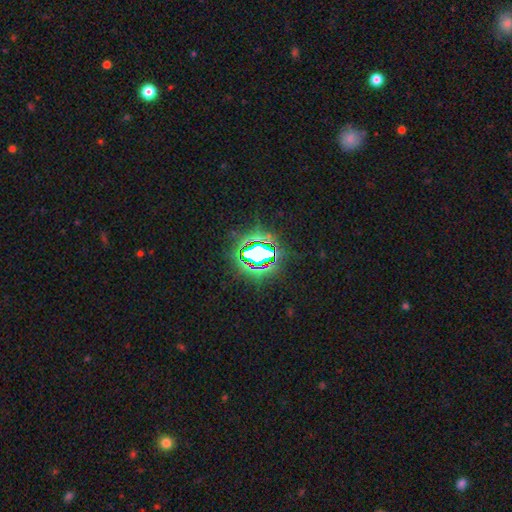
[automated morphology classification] Smooth or featured: star or artifact — 73% (smooth — 16%)